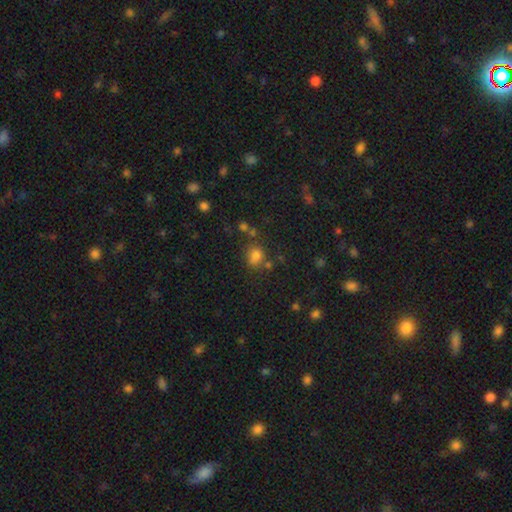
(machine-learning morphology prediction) Q: Smooth or featured?
A: smooth (75%); runner-up: star or artifact (17%)
Q: How rounded?
A: round (64%); runner-up: in between (35%)
Q: Merging?
A: none (63%); runner-up: minor disturbance (16%)